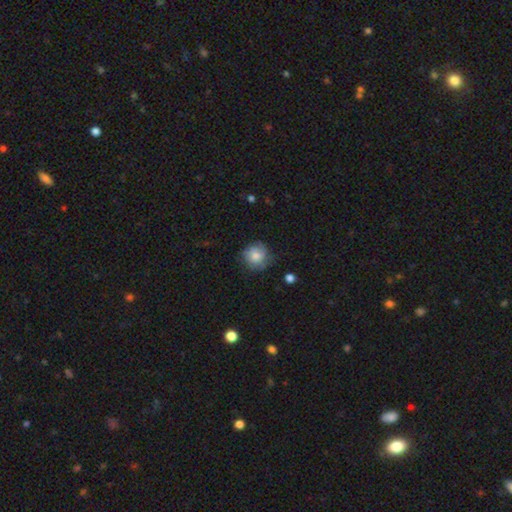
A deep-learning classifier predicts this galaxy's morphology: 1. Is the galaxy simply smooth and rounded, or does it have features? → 72% smooth, 20% featured or disk, 8% star or artifact.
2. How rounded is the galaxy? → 87% round, 12% in between, 1% cigar-shaped.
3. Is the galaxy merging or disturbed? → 66% none, 25% minor disturbance, 7% major disturbance, 1% merger.